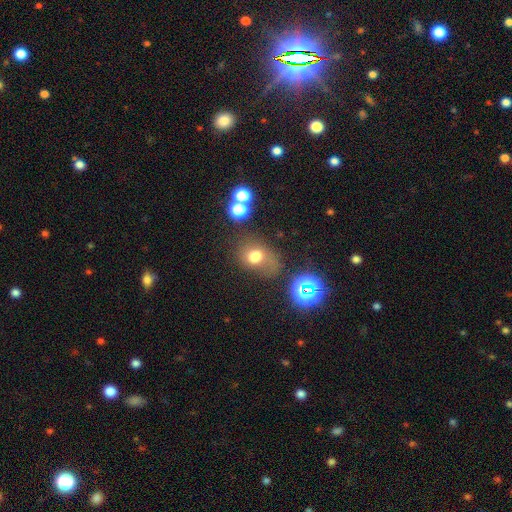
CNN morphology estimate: A smooth galaxy with no disk features (66%) that is in between round and cigar-shaped (51%).

Vote fractions:
- Smooth or featured? smooth: 66% / star or artifact: 19% / featured or disk: 15%
- How rounded? in between: 51% / round: 48% / cigar-shaped: 1%
- Merging? none: 50% / minor disturbance: 24% / major disturbance: 17% / merger: 9%